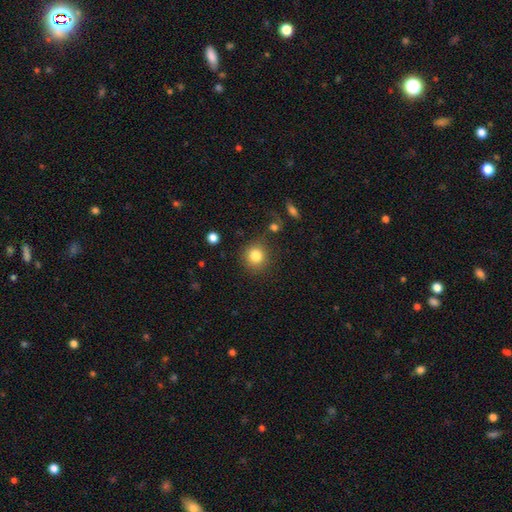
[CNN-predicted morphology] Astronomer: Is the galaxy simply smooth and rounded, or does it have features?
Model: smooth — 83%.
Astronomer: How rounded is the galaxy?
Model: round — 89%.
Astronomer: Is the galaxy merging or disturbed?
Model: none — 84%.